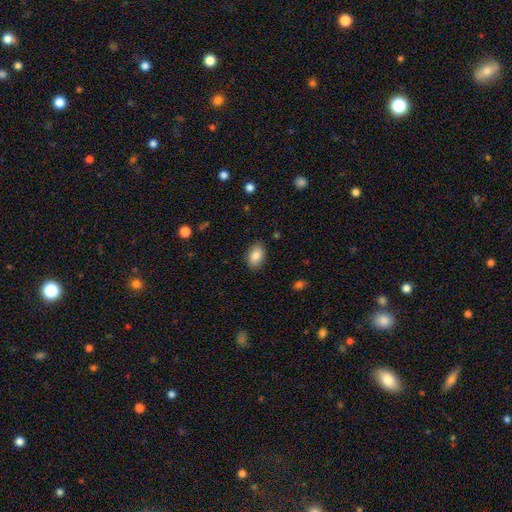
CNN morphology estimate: The model was most divided on "merging": none: 86%, minor disturbance: 11%, major disturbance: 3%, merger: 1%. More confident: how rounded — in between (90%); smooth or featured — smooth (86%).